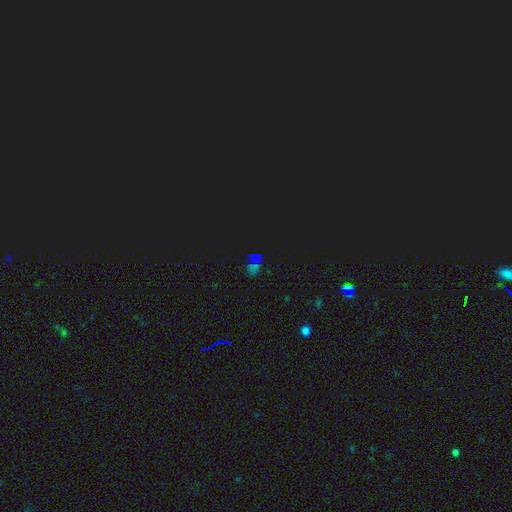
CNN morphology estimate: The model was most divided on "smooth or featured": star or artifact: 69%, smooth: 22%, featured or disk: 9%.